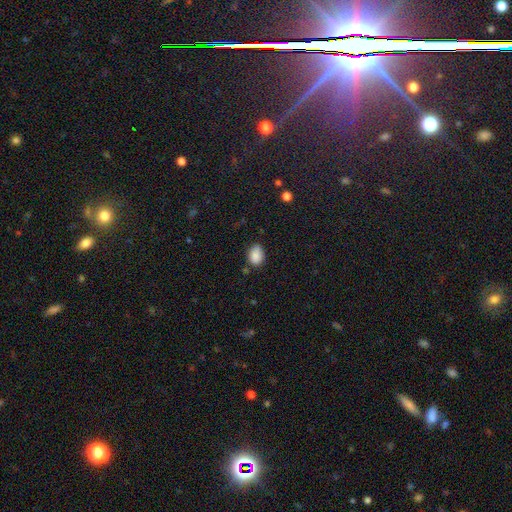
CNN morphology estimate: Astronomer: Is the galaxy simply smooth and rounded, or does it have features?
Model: smooth — 87%.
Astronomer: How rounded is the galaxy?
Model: in between — 75%.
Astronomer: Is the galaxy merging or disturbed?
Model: none — 72%.